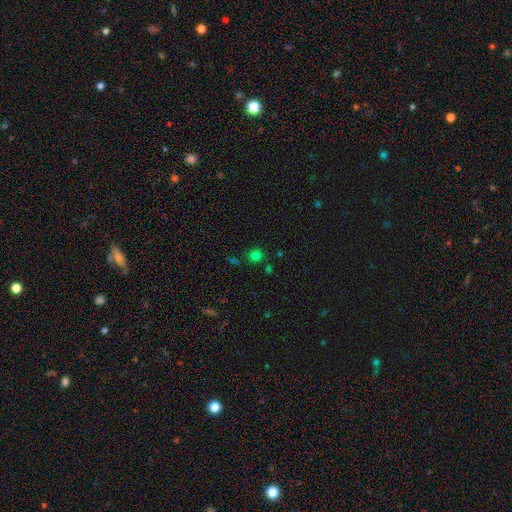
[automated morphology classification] A smooth galaxy with no disk features (74%) that is round (83%).

Vote fractions:
- Smooth or featured? smooth: 74% / star or artifact: 21% / featured or disk: 5%
- How rounded? round: 83% / in between: 16% / cigar-shaped: 1%
- Merging? none: 80% / minor disturbance: 10% / merger: 6% / major disturbance: 4%